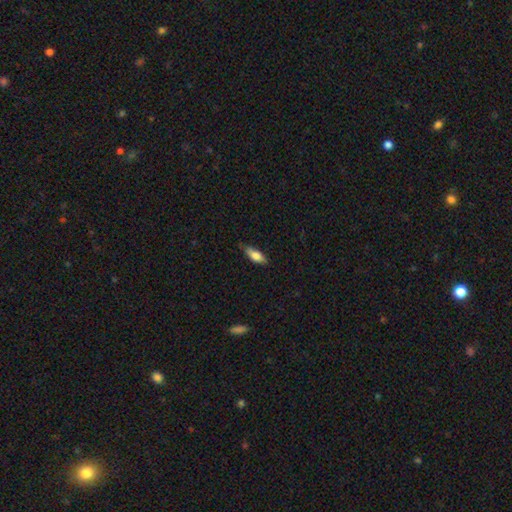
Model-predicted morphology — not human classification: This is likely a smooth galaxy (71%). How rounded: likely in between (64%). Merging: likely none (73%).